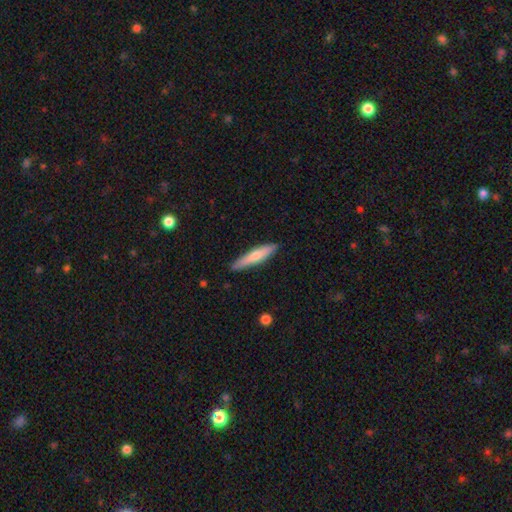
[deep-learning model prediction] smooth_or_featured: smooth (p=0.64) [alt: featured or disk p=0.31]
how_rounded: cigar-shaped (p=0.88) [alt: in between p=0.11]
merging: none (p=0.87) [alt: minor disturbance p=0.10]